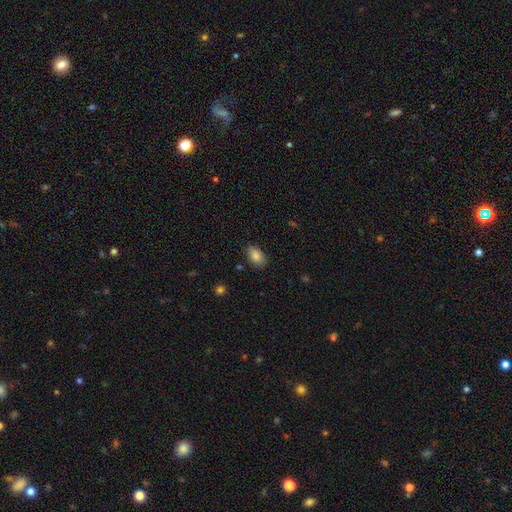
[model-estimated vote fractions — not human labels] A smooth galaxy with no disk features (84%) that is in between round and cigar-shaped (91%).

Vote fractions:
- Smooth or featured? smooth: 84% / featured or disk: 8% / star or artifact: 8%
- How rounded? in between: 91% / round: 7% / cigar-shaped: 2%
- Merging? none: 83% / minor disturbance: 12% / major disturbance: 3% / merger: 1%